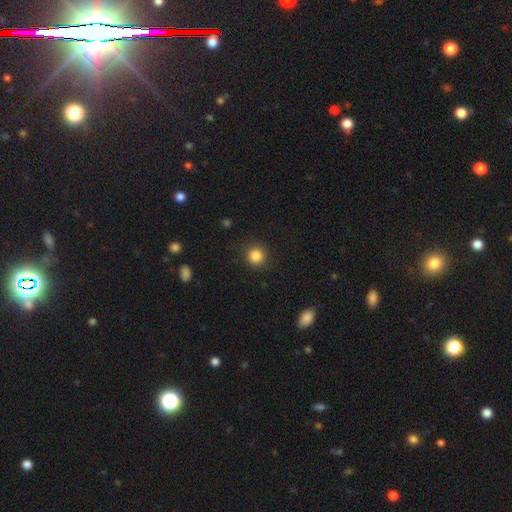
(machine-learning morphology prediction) Smooth or featured? smooth (85%)
How rounded? round (91%)
Merging? none (87%)